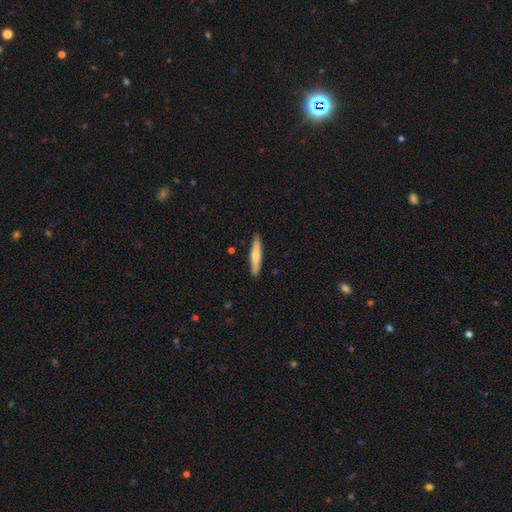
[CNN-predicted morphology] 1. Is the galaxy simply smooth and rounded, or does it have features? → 65% smooth, 30% featured or disk, 5% star or artifact.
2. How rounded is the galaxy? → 88% cigar-shaped, 10% in between, 1% round.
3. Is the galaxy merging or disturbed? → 89% none, 8% minor disturbance, 2% major disturbance, 1% merger.